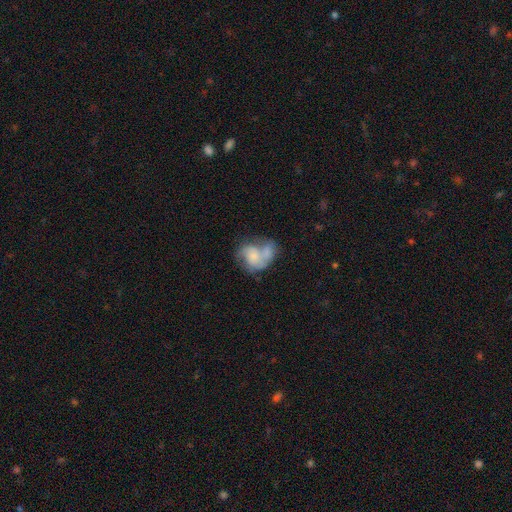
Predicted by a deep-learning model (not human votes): Q: Smooth or featured?
A: featured or disk (50%); runner-up: smooth (42%)
Q: Edge-on disk?
A: no (98%); runner-up: yes (2%)
Q: Merging?
A: merger (40%); runner-up: none (25%)